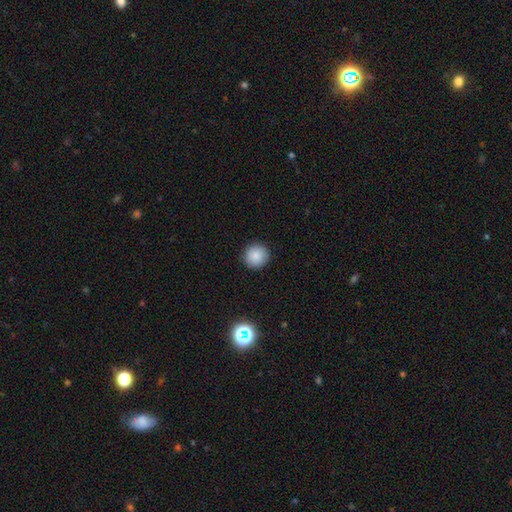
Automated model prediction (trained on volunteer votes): Overall: smooth (86%). How rounded: round (94%). Merging: none (92%).